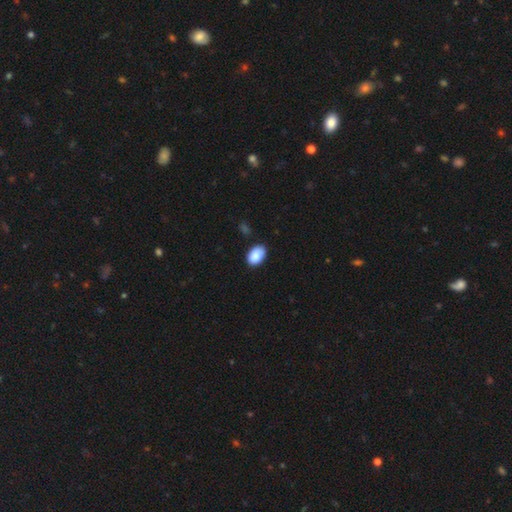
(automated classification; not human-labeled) The model was most divided on "merging": none: 81%, minor disturbance: 15%, major disturbance: 2%, merger: 2%. More confident: smooth or featured — smooth (89%); how rounded — in between (87%).